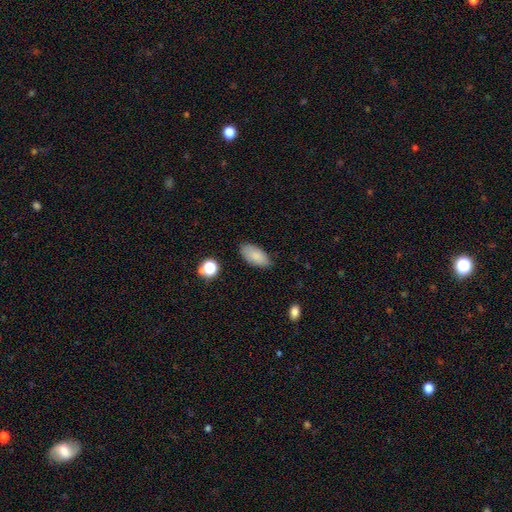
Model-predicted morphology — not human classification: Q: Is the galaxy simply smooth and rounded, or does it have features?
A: smooth — 85%.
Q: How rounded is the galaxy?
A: in between — 93%.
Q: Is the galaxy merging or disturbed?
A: none — 81%.